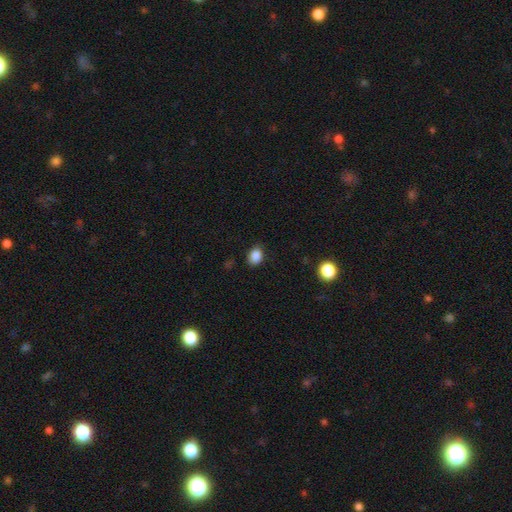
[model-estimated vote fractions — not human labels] Q: Smooth or featured?
A: smooth (87%); runner-up: star or artifact (9%)
Q: How rounded?
A: in between (66%); runner-up: round (33%)
Q: Merging?
A: none (81%); runner-up: minor disturbance (15%)